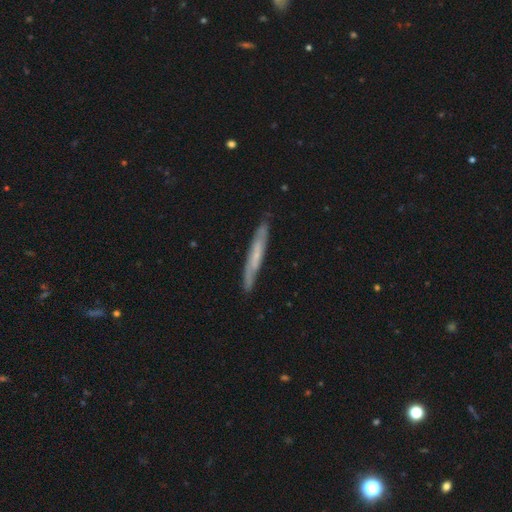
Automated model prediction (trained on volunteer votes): Morphology: type=featured or disk (55%); edge-on=yes (78%); merging=none (83%).